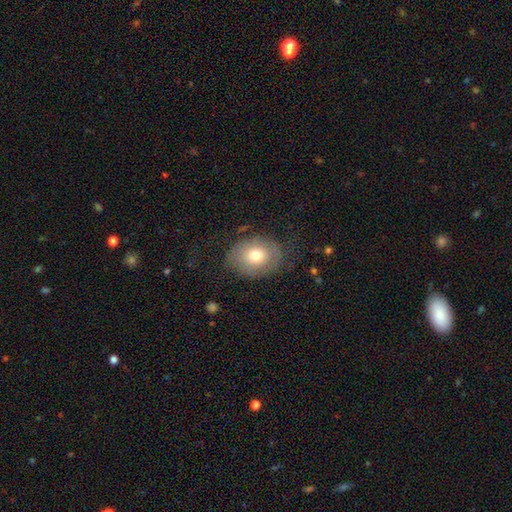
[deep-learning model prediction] Smooth or featured: smooth — 70% (featured or disk — 20%)
How rounded: in between — 50% (round — 49%)
Merging: none — 69% (minor disturbance — 20%)